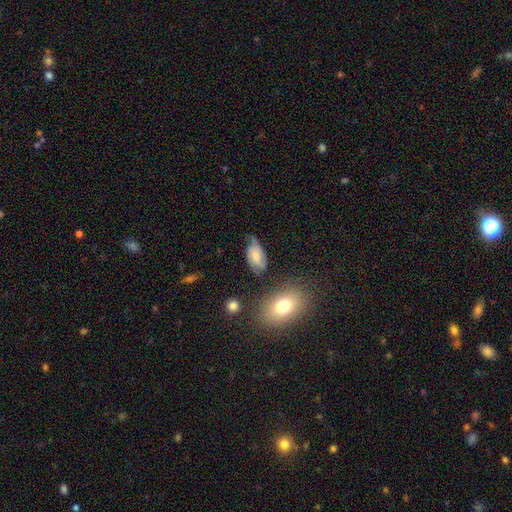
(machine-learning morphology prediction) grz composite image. It shows a smooth galaxy with no disk features (49%). Merging: none (43%).